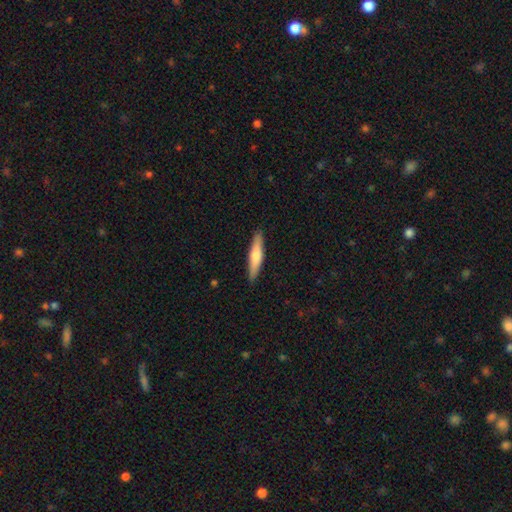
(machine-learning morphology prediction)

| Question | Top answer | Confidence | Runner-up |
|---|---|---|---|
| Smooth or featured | smooth | 63% | featured or disk (31%) |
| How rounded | cigar-shaped | 84% | in between (14%) |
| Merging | none | 89% | minor disturbance (8%) |